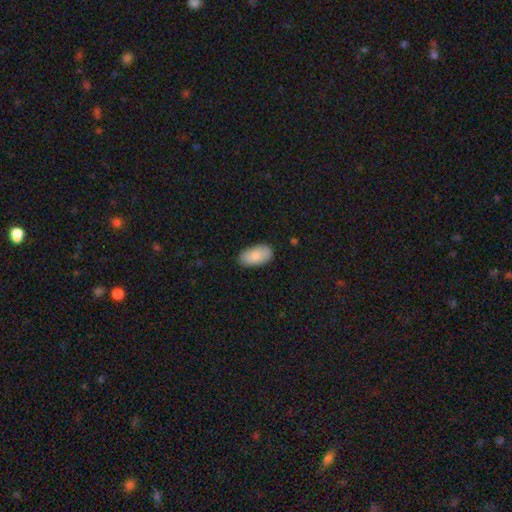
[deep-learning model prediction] smooth-or-featured: smooth: 86% | featured or disk: 8% | star or artifact: 6%
  how-rounded: in between: 95% | round: 3% | cigar-shaped: 2%
  merging: none: 85% | minor disturbance: 12% | major disturbance: 2% | merger: 1%